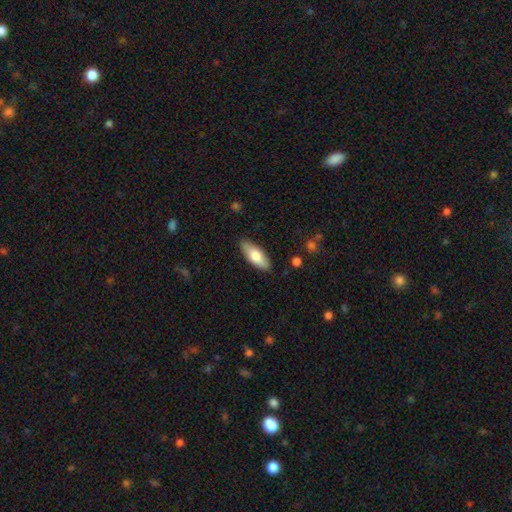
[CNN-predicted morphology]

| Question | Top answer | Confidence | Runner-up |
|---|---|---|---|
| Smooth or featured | smooth | 72% | featured or disk (22%) |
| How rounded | in between | 76% | cigar-shaped (22%) |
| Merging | none | 86% | minor disturbance (11%) |